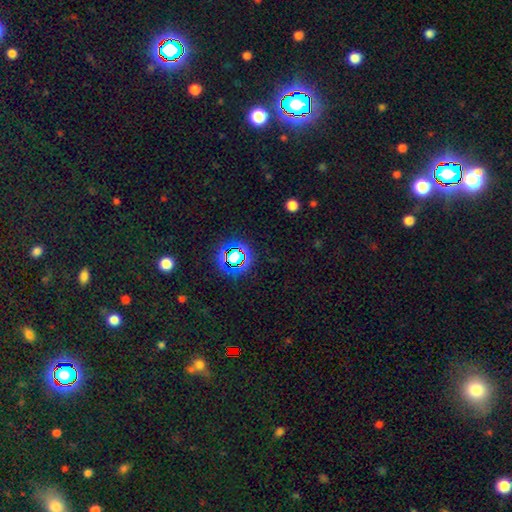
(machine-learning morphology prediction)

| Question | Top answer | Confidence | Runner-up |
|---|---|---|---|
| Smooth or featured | star or artifact | 75% | smooth (17%) |